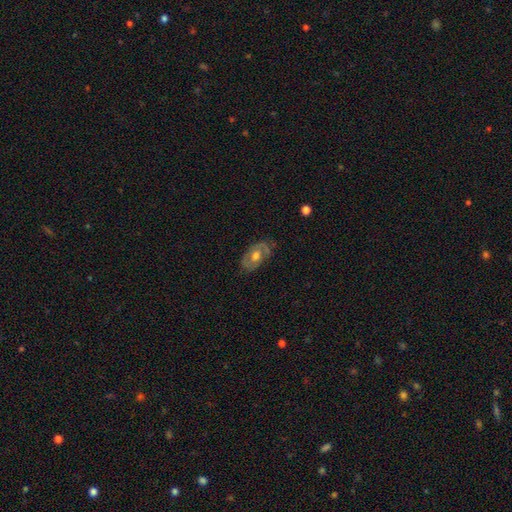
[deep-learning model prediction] This appears to be a featured or disk galaxy (66%) with no bar (76%), spiral arms (59%) and a moderate central bulge (71%). Merging: none (75%).